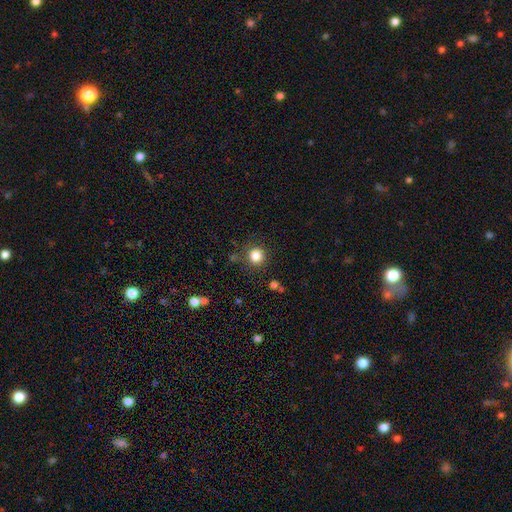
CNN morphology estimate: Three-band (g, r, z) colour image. It shows a smooth galaxy with no disk features (83%) that is round (93%). Merging: none (86%).